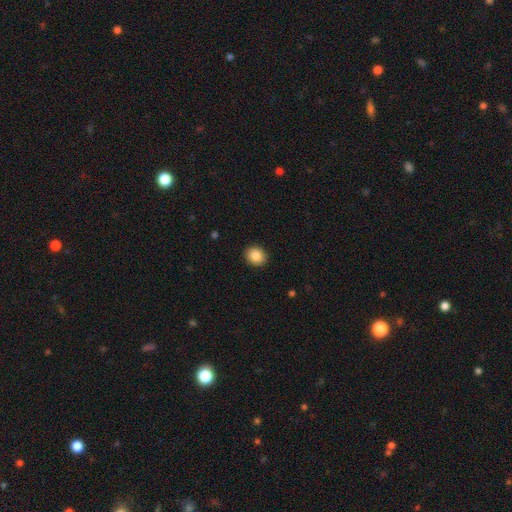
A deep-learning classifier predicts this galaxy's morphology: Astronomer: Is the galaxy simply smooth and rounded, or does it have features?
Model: smooth — 87%.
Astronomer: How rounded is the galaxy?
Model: round — 64%.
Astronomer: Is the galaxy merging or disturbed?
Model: none — 91%.